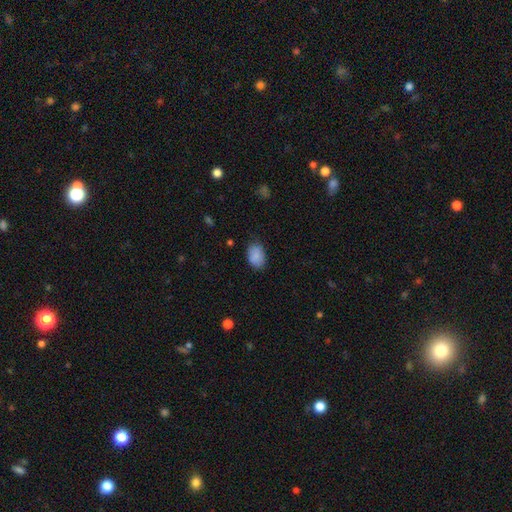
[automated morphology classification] Overall: smooth (87%). How rounded: in between (87%). Merging: none (76%).